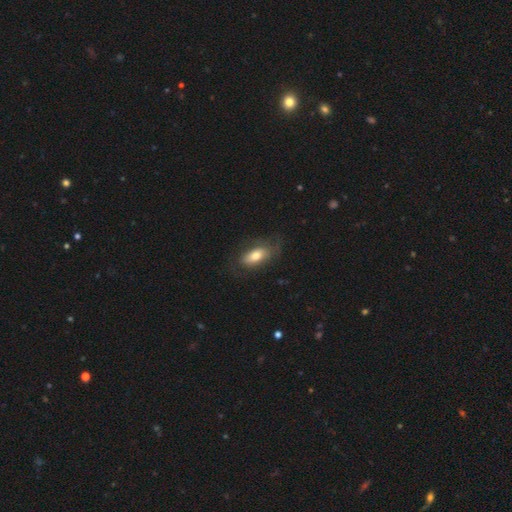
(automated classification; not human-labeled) Smooth or featured? Predicted: smooth (p=0.68). How rounded? Predicted: in between (p=0.86). Merging? Predicted: none (p=0.61).